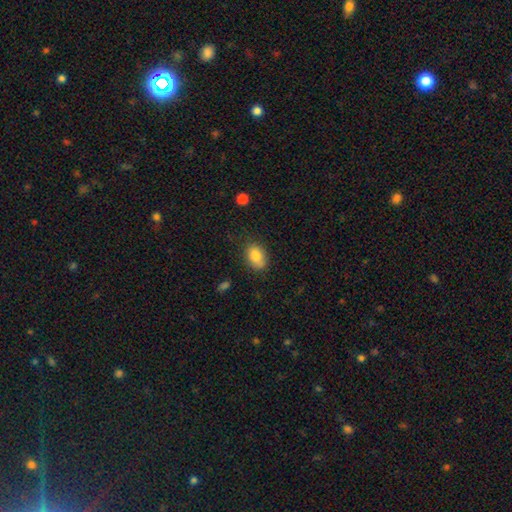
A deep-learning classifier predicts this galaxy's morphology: smooth-or-featured: smooth: 84% | star or artifact: 8% | featured or disk: 8%
  how-rounded: in between: 83% | round: 16% | cigar-shaped: 1%
  merging: none: 71% | minor disturbance: 21% | major disturbance: 5% | merger: 3%